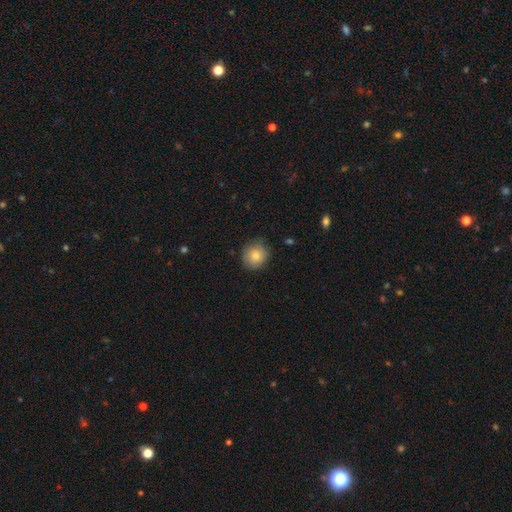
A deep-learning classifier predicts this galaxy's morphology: Smooth or featured? Predicted: smooth (p=0.82). How rounded? Predicted: round (p=0.86). Merging? Predicted: none (p=0.80).